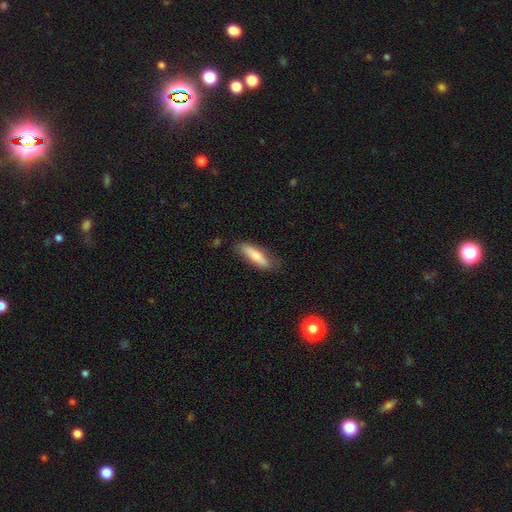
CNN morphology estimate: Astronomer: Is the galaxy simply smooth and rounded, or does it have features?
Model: smooth — 74%.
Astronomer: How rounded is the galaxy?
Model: cigar-shaped — 62%.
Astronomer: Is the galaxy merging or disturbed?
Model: none — 75%.